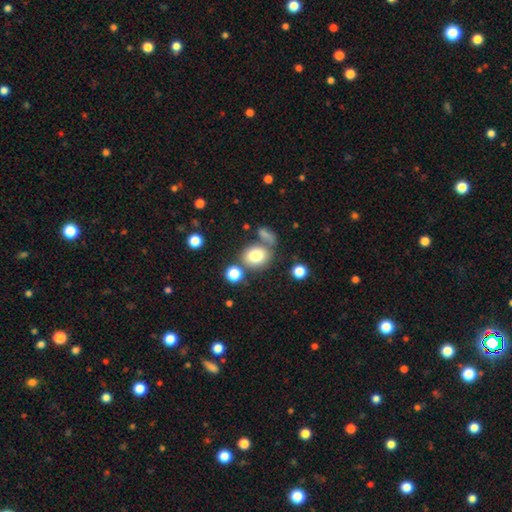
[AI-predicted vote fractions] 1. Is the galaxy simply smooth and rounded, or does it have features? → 78% smooth, 11% star or artifact, 11% featured or disk.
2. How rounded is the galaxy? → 55% round, 43% in between, 1% cigar-shaped.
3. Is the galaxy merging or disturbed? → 61% none, 20% merger, 13% minor disturbance, 6% major disturbance.